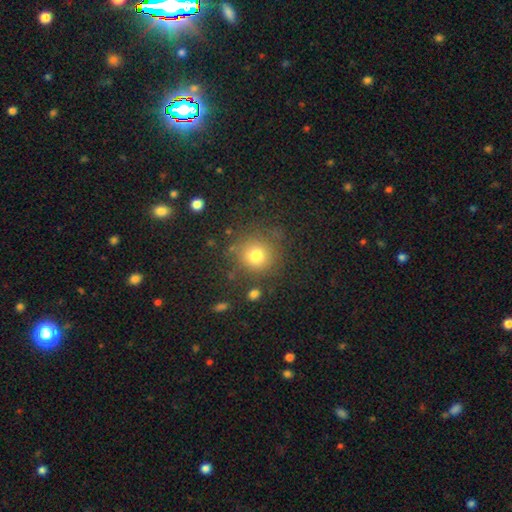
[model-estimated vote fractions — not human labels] The model was most divided on "merging": none: 76%, minor disturbance: 13%, major disturbance: 6%, merger: 4%. More confident: how rounded — round (89%); smooth or featured — smooth (77%).